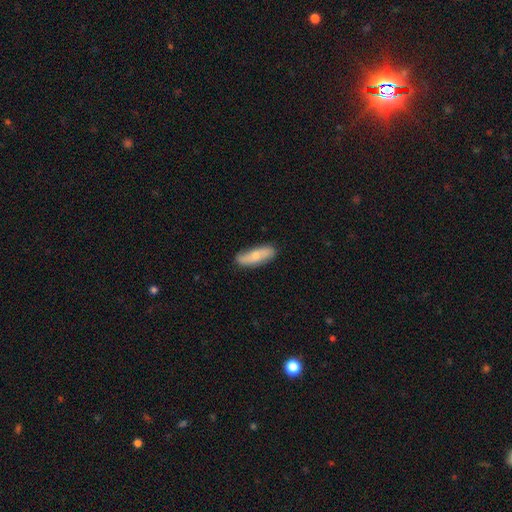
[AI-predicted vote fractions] Morphology: type=smooth (65%); roundness=in between (54%); merging=none (80%).